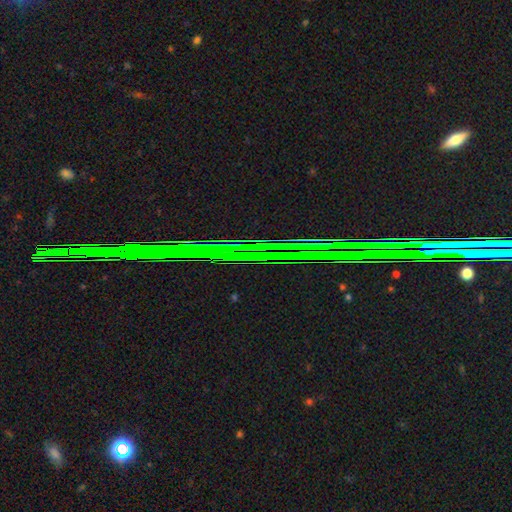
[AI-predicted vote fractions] Q: Smooth or featured?
A: star or artifact (80%); runner-up: featured or disk (11%)